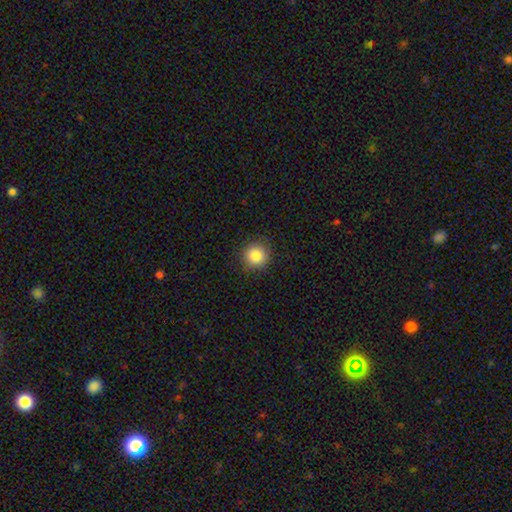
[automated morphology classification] type=smooth (85%); roundness=round (93%); merging=none (89%).